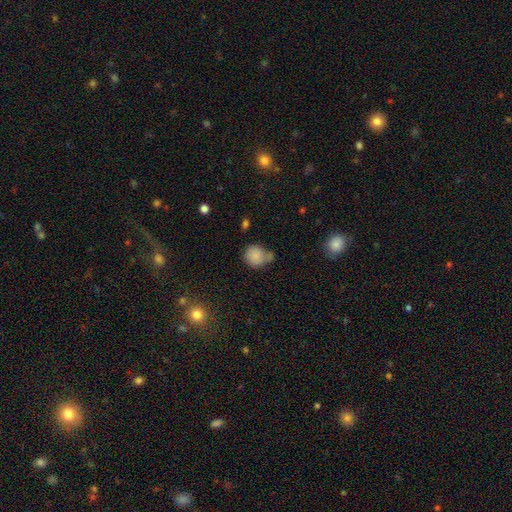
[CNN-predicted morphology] smooth-or-featured: smooth: 82% | star or artifact: 10% | featured or disk: 8%
  how-rounded: round: 81% | in between: 18% | cigar-shaped: 1%
  merging: none: 48% | minor disturbance: 23% | merger: 21% | major disturbance: 8%